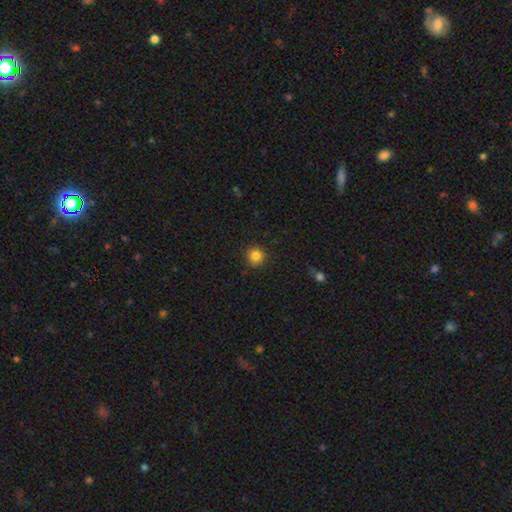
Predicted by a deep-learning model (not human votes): Smooth or featured? smooth (84%)
How rounded? round (93%)
Merging? none (90%)